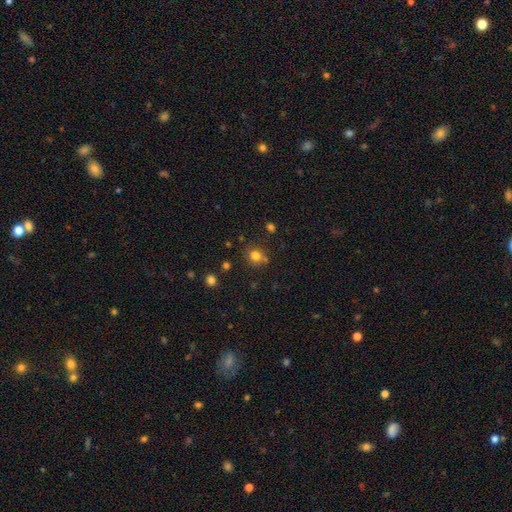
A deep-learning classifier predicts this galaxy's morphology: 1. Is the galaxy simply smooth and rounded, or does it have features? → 79% smooth, 14% star or artifact, 7% featured or disk.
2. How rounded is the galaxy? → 81% round, 18% in between, 1% cigar-shaped.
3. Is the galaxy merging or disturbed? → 71% none, 14% minor disturbance, 11% merger, 4% major disturbance.